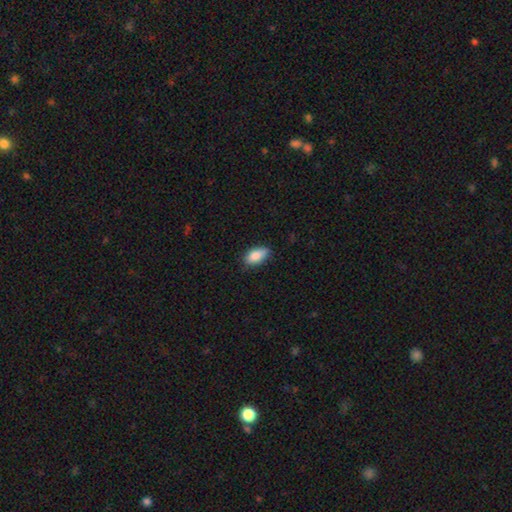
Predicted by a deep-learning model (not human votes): This is clearly a smooth galaxy (86%). How rounded: clearly in between (90%). Merging: likely none (70%).